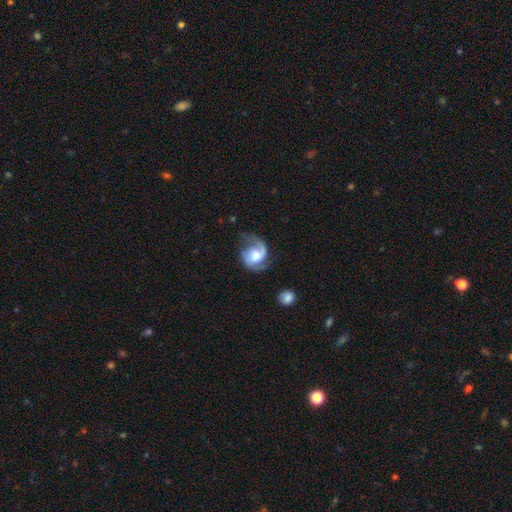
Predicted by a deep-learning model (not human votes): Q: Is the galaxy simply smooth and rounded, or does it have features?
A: featured or disk — 79%.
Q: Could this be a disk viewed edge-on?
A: no — 98%.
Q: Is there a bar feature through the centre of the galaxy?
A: no — 56%.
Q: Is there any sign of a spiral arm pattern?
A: yes — 94%.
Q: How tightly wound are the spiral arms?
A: medium — 46%.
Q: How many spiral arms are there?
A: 2 — 70%.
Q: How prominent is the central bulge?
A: moderate — 54%.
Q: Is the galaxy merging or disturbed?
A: none — 50%.